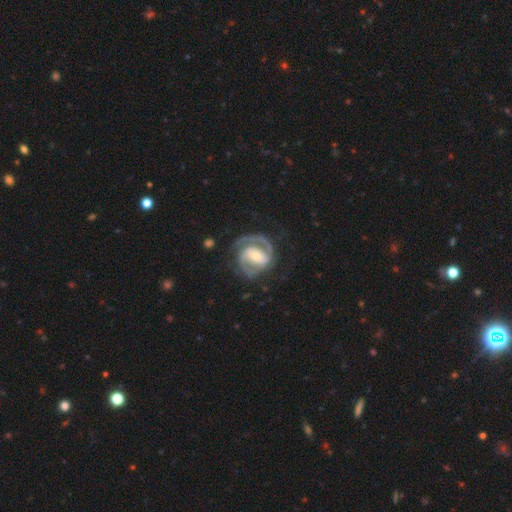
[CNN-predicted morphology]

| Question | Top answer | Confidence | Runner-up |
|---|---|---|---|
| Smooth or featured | featured or disk | 89% | smooth (7%) |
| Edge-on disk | no | 98% | yes (2%) |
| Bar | no | 38% | weak (37%) |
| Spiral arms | yes | 96% | no (4%) |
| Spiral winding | tight | 47% | medium (43%) |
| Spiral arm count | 2 | 78% | 1 (8%) |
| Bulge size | small | 48% | moderate (45%) |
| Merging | none | 70% | minor disturbance (16%) |